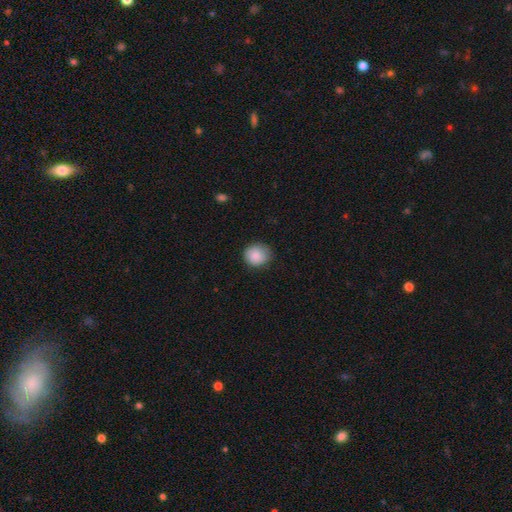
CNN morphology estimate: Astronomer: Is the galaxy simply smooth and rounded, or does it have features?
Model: smooth — 87%.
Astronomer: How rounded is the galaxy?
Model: round — 84%.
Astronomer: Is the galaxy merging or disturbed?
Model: none — 80%.